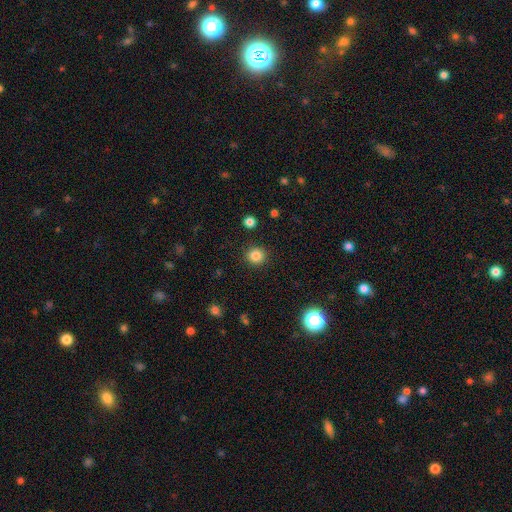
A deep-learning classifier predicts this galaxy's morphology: Smooth or featured? smooth (84%)
How rounded? round (93%)
Merging? none (91%)